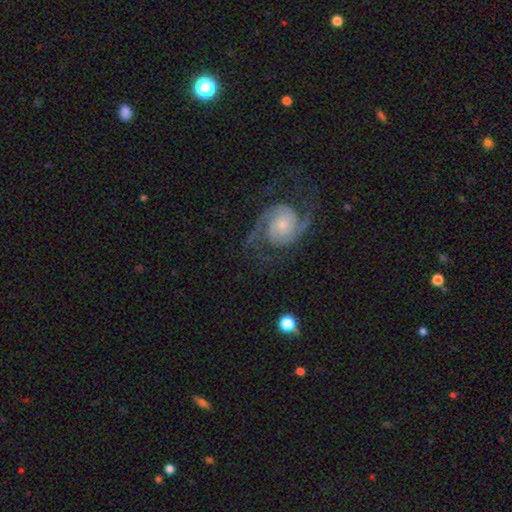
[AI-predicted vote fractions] Morphology: type=featured or disk (87%); edge-on=no (98%); bar=no (63%); spiral arms=yes (98%); winding=medium (51%); arm count=2 (88%); bulge=small (57%); merging=none (79%).